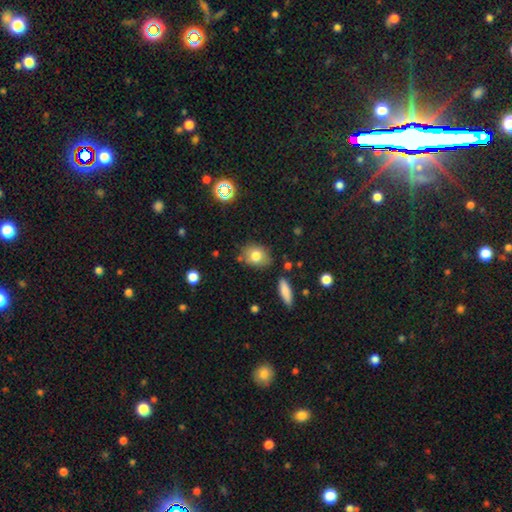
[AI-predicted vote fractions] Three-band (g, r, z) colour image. It shows a smooth galaxy with no disk features (78%) that is in between round and cigar-shaped (57%). Merging: none (74%).